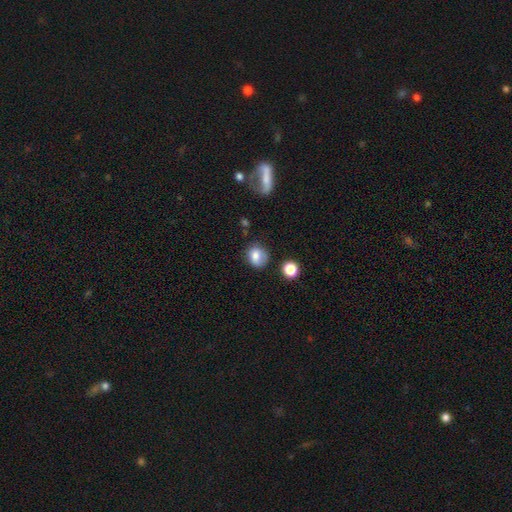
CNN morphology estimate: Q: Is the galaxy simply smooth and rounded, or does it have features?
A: smooth — 79%.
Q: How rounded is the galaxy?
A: round — 67%.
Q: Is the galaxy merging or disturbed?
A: none — 60%.